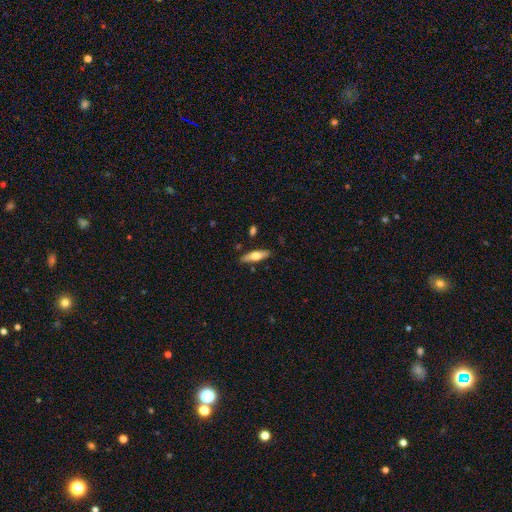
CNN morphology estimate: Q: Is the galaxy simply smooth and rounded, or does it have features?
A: smooth — 53%.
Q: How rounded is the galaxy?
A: cigar-shaped — 57%.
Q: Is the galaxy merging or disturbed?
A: none — 83%.